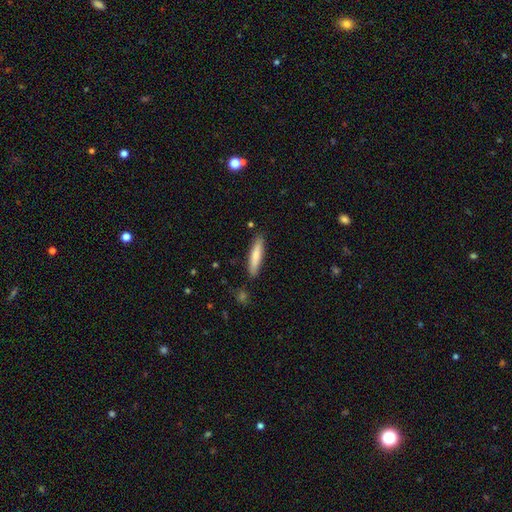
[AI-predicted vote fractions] Smooth or featured? Predicted: smooth (p=0.76). How rounded? Predicted: cigar-shaped (p=0.83). Merging? Predicted: none (p=0.86).